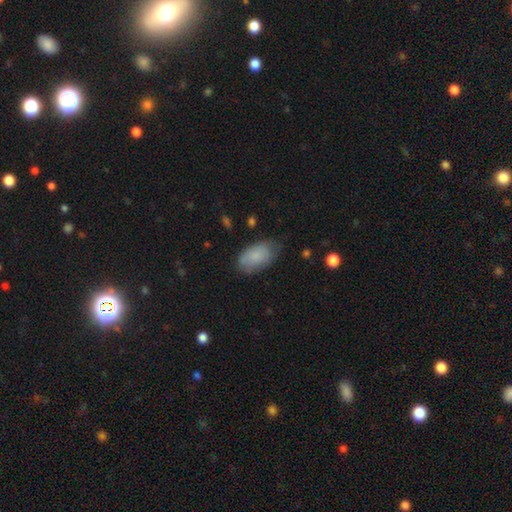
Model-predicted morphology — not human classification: A smooth galaxy with no disk features (83%) that is in between round and cigar-shaped (94%). Merging: none (67%).